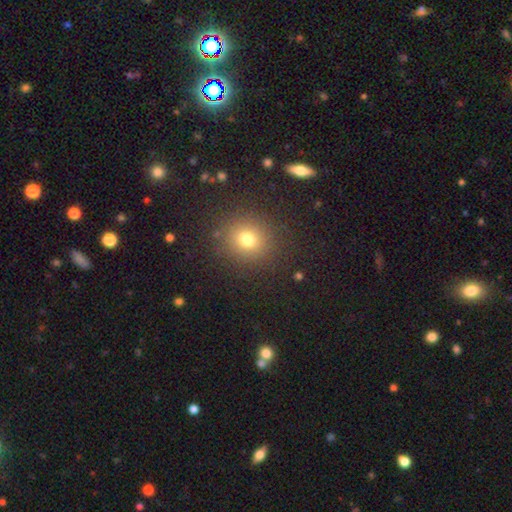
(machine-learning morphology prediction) smooth-or-featured: smooth: 65% | star or artifact: 27% | featured or disk: 8%
  how-rounded: round: 88% | in between: 11% | cigar-shaped: 1%
  merging: none: 91% | minor disturbance: 5% | major disturbance: 2% | merger: 2%